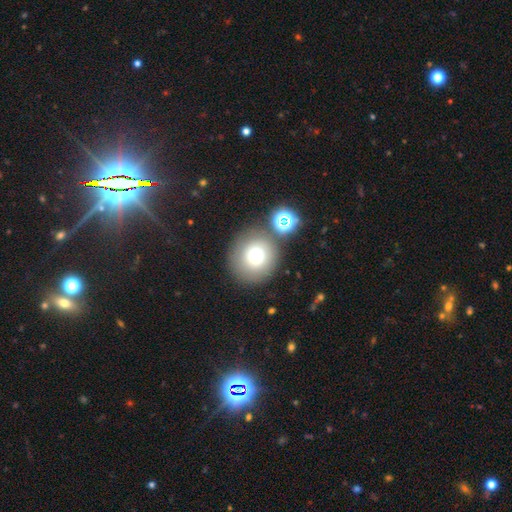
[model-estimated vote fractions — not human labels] This appears to be a smooth galaxy with no disk features (73%) that is round (92%). Merging: none (77%).